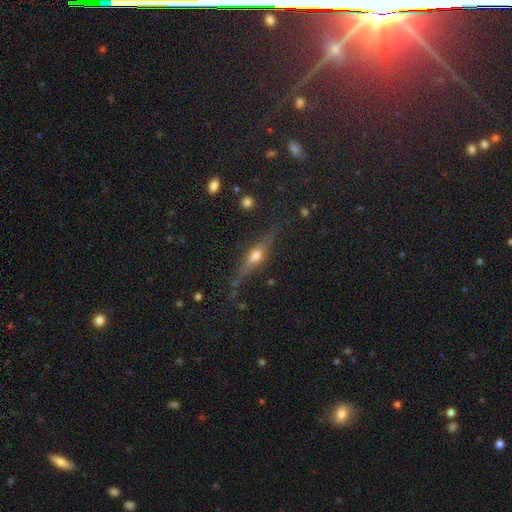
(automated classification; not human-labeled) Q: Smooth or featured?
A: featured or disk (63%); runner-up: smooth (26%)
Q: Edge-on disk?
A: yes (92%); runner-up: no (8%)
Q: Edge-on bulge?
A: rounded (89%); runner-up: boxy (7%)
Q: Merging?
A: none (79%); runner-up: minor disturbance (14%)